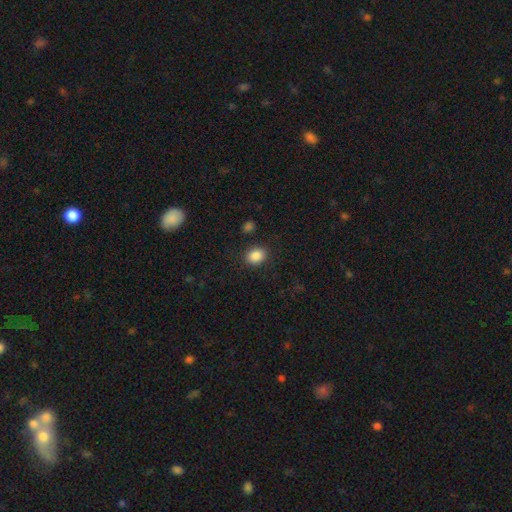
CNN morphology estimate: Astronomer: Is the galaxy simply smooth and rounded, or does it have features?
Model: smooth — 87%.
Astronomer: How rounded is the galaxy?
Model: in between — 53% (runner-up: round, 46%).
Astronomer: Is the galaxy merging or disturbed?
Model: none — 87%.